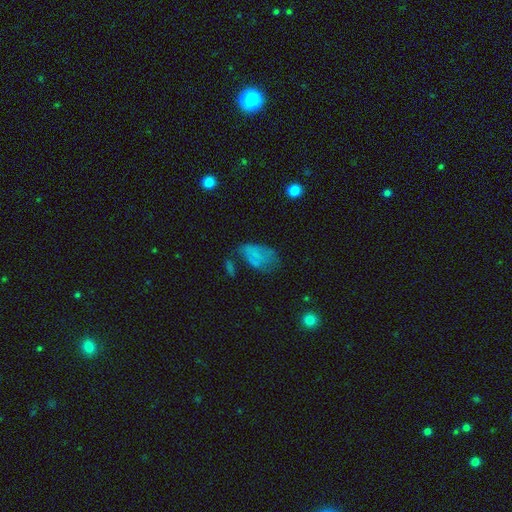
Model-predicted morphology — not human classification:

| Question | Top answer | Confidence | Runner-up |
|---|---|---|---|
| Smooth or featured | smooth | 63% | featured or disk (23%) |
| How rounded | in between | 90% | round (7%) |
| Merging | none | 35% | major disturbance (29%) |